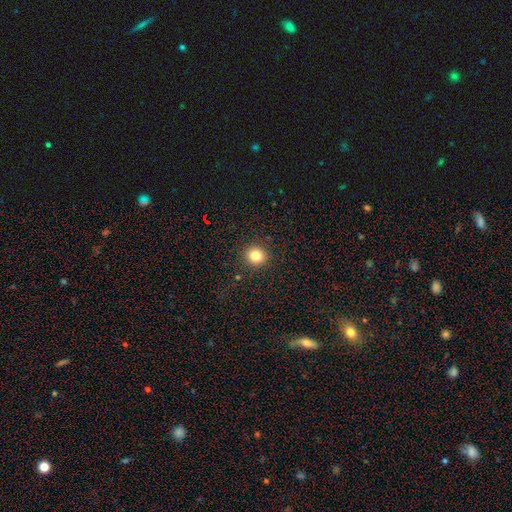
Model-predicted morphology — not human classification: smooth-or-featured: smooth: 82% | star or artifact: 12% | featured or disk: 6%
  how-rounded: round: 92% | in between: 7% | cigar-shaped: 1%
  merging: none: 91% | minor disturbance: 6% | major disturbance: 2% | merger: 1%